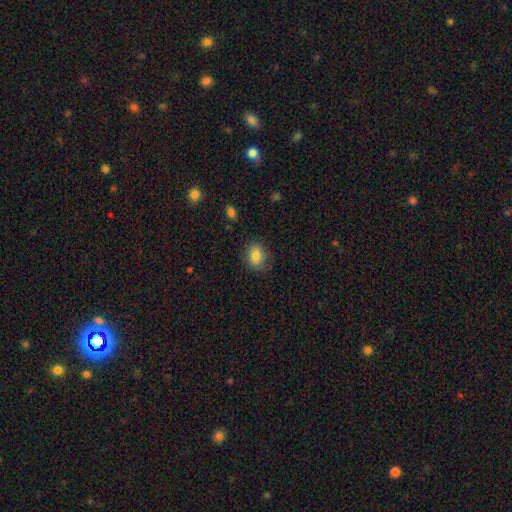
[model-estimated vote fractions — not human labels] A smooth galaxy with no disk features (81%) that is in between round and cigar-shaped (55%). Merging: none (77%).